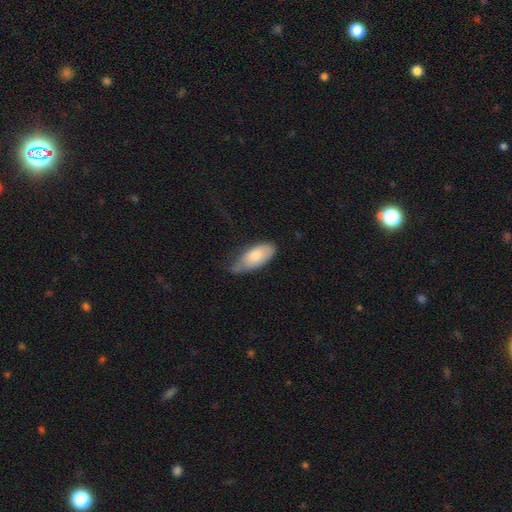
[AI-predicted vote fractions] This appears to be a smooth galaxy with no disk features (76%) that is in between round and cigar-shaped (88%). Merging: minor disturbance (45%).